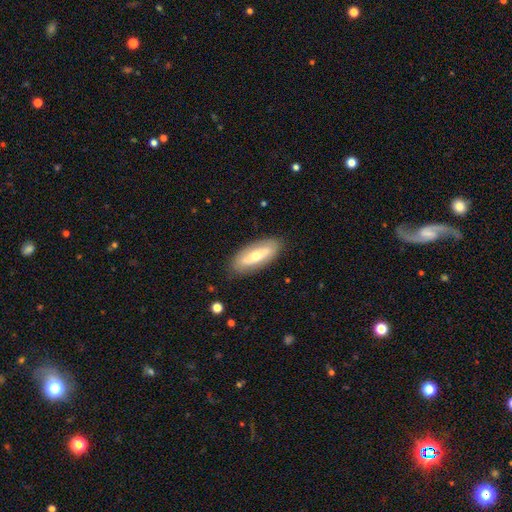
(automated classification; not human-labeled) Overall: featured or disk (48%; smooth 46%). Merging: none (84%).